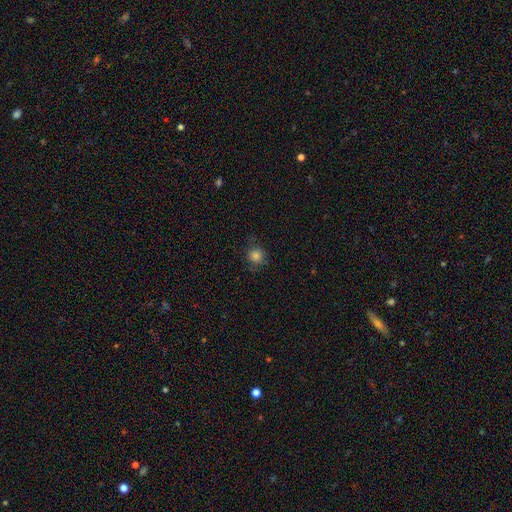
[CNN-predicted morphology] Smooth or featured: smooth — 80% (star or artifact — 13%)
How rounded: round — 90% (in between — 9%)
Merging: none — 76% (minor disturbance — 17%)